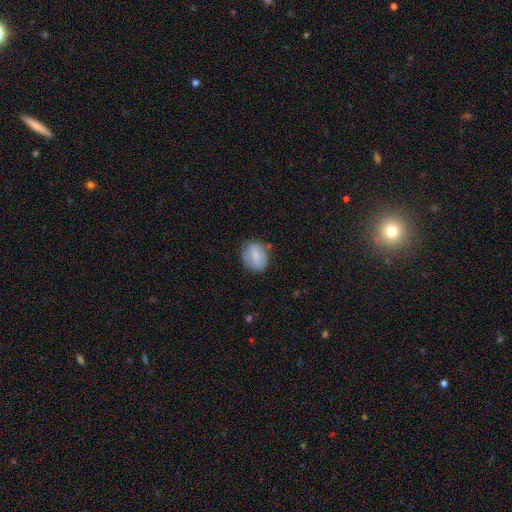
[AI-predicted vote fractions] This appears to be a smooth galaxy with no disk features (77%) that is round (51%). Merging: none (72%).